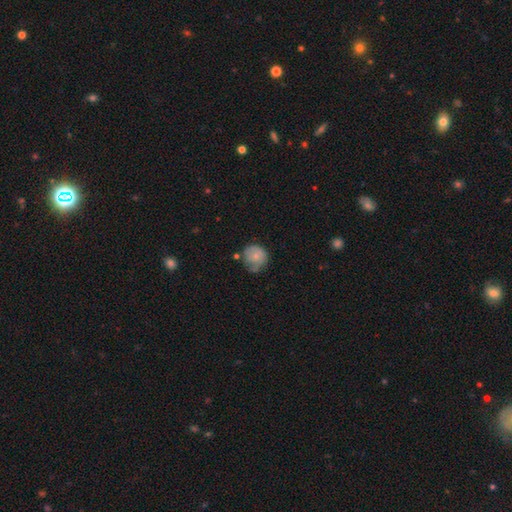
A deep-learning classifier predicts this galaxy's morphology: Smooth or featured?
  - smooth: 66% *
  - featured or disk: 27%
  - star or artifact: 7%
How rounded?
  - round: 84% *
  - in between: 15%
  - cigar-shaped: 1%
Merging?
  - none: 50% *
  - minor disturbance: 33%
  - major disturbance: 12%
  - merger: 5%